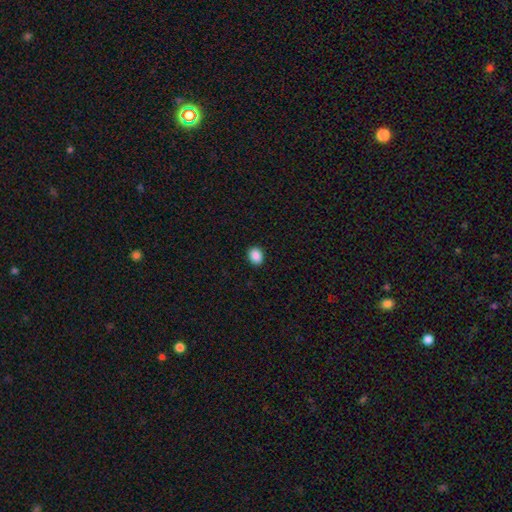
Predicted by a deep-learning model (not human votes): Smooth or featured?
  - smooth: 89% *
  - star or artifact: 8%
  - featured or disk: 3%
How rounded?
  - in between: 53% *
  - round: 46%
  - cigar-shaped: 1%
Merging?
  - none: 91% *
  - minor disturbance: 6%
  - major disturbance: 2%
  - merger: 1%